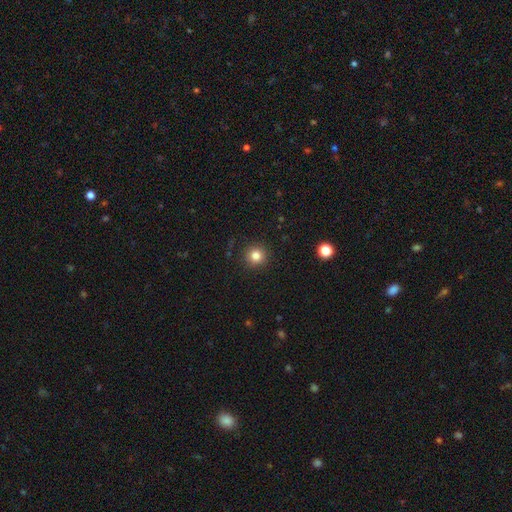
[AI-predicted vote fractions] The model was most divided on "smooth or featured": smooth: 83%, star or artifact: 12%, featured or disk: 6%. More confident: how rounded — round (95%); merging — none (91%).